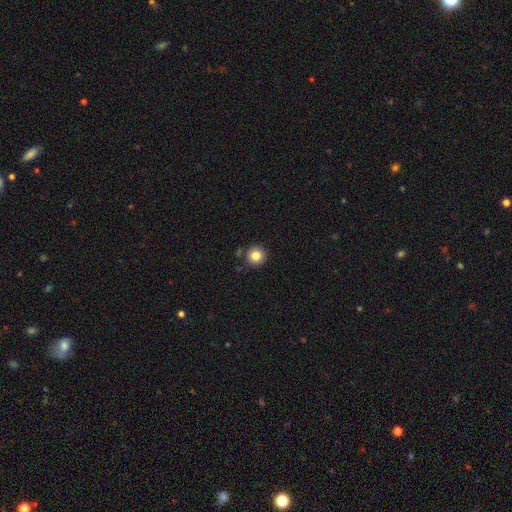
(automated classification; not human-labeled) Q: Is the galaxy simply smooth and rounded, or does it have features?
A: smooth — 83%.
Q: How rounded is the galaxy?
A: round — 95%.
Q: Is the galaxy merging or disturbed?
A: none — 87%.